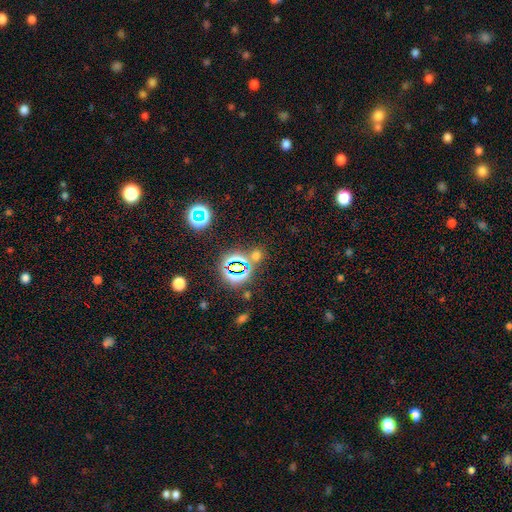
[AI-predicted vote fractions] The model was most divided on "smooth or featured": star or artifact: 53%, smooth: 39%, featured or disk: 8%.